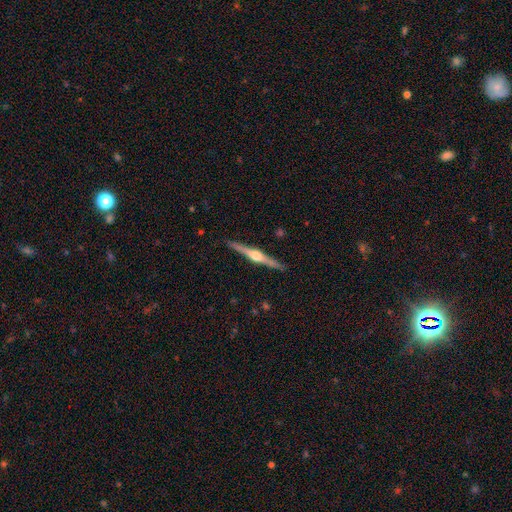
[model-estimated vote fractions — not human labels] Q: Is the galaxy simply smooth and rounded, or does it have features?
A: featured or disk — 81%.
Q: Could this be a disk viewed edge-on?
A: yes — 98%.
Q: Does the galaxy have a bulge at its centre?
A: rounded — 91%.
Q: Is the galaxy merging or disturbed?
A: none — 91%.